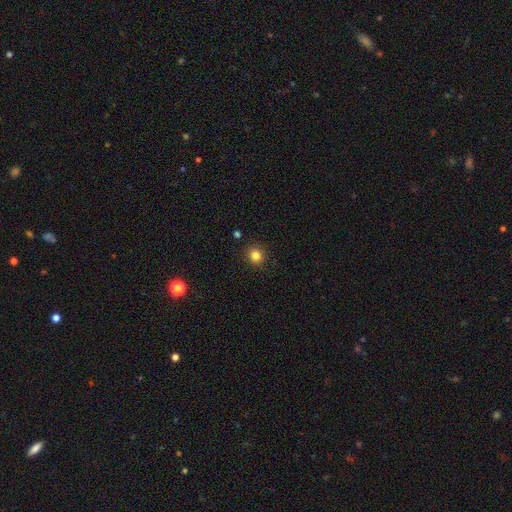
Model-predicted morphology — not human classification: Overall: smooth (82%). How rounded: round (91%). Merging: none (91%).